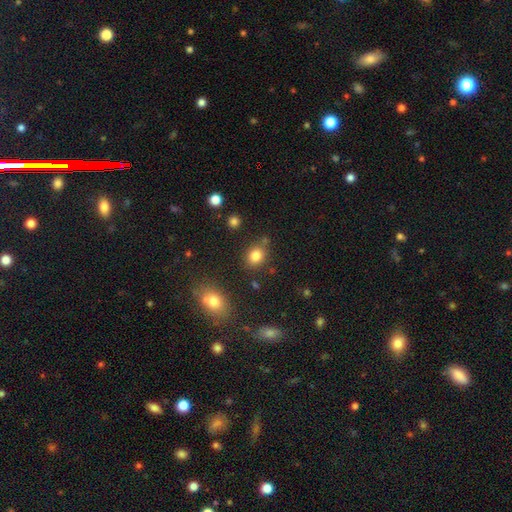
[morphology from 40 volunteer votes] Smooth or featured? 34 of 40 (85%) said smooth. How rounded? 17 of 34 (50%, tied with in between) said round. Merging? 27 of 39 (69%) said none.